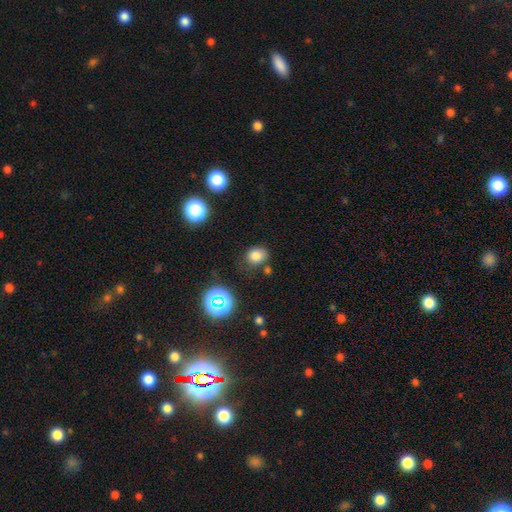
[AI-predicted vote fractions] Q: Smooth or featured?
A: smooth (77%); runner-up: star or artifact (16%)
Q: How rounded?
A: round (61%); runner-up: in between (38%)
Q: Merging?
A: none (72%); runner-up: minor disturbance (17%)